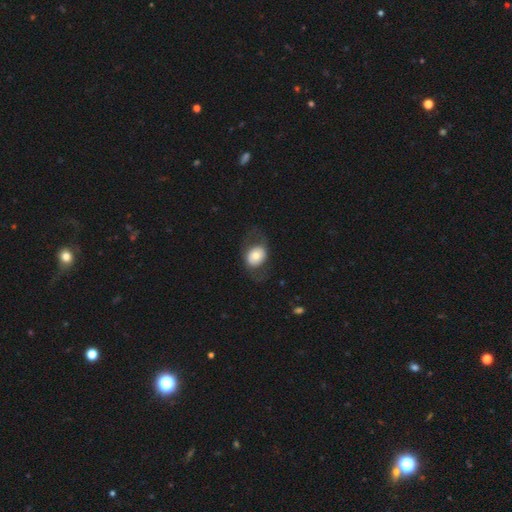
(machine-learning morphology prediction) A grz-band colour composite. It shows a smooth galaxy with no disk features (61%) that is in between round and cigar-shaped (56%). Merging: none (65%).